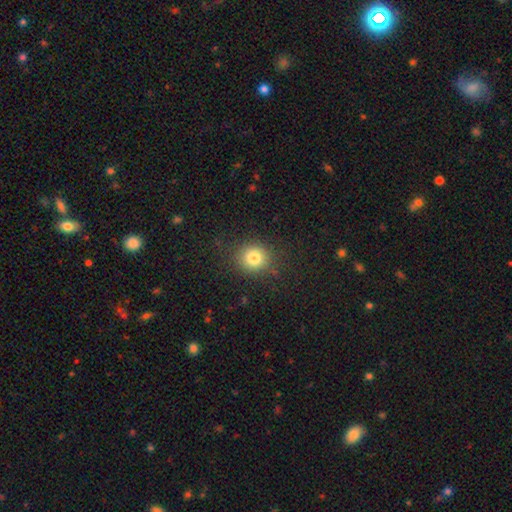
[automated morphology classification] smooth_or_featured: smooth (p=0.80) [alt: star or artifact p=0.13]
how_rounded: round (p=0.87) [alt: in between p=0.12]
merging: none (p=0.89) [alt: minor disturbance p=0.07]